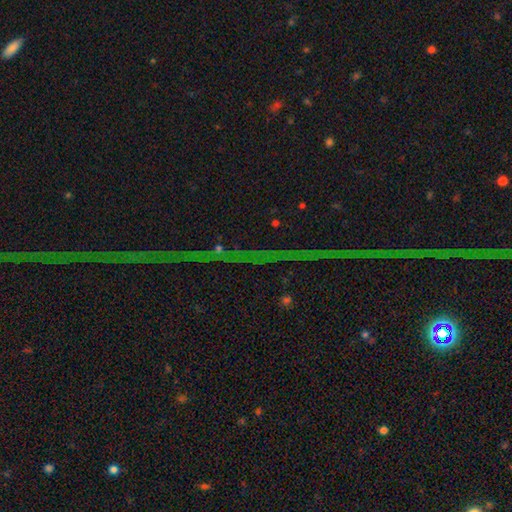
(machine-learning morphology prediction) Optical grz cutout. It shows a star or artifact, not a galaxy (79%).